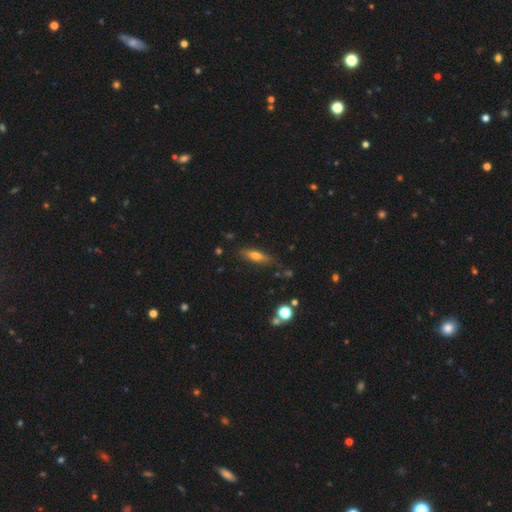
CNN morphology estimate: smooth_or_featured: smooth (p=0.64) [alt: featured or disk p=0.28]
how_rounded: cigar-shaped (p=0.54) [alt: in between p=0.43]
merging: none (p=0.78) [alt: minor disturbance p=0.16]